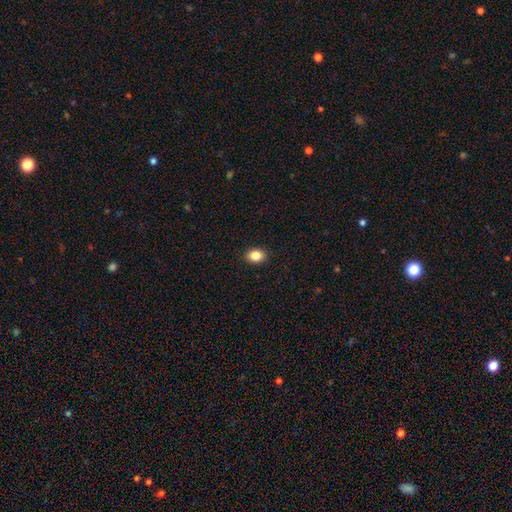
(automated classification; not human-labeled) A smooth galaxy with no disk features (85%) that is in between round and cigar-shaped (58%).

Vote fractions:
- Smooth or featured? smooth: 85% / star or artifact: 10% / featured or disk: 5%
- How rounded? in between: 58% / round: 41% / cigar-shaped: 1%
- Merging? none: 90% / minor disturbance: 7% / major disturbance: 2% / merger: 1%